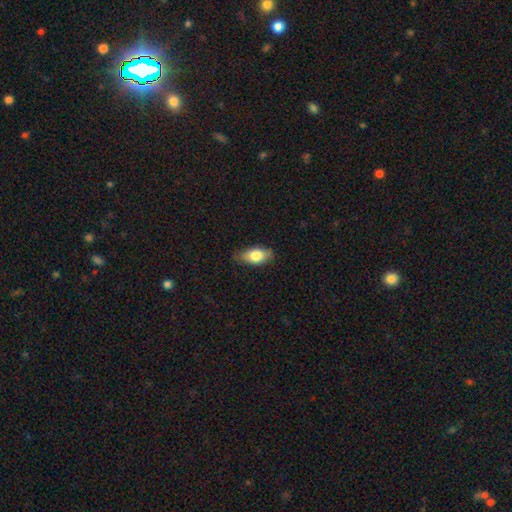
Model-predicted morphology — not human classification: Smooth or featured? Predicted: smooth (p=0.78). How rounded? Predicted: in between (p=0.88). Merging? Predicted: none (p=0.80).